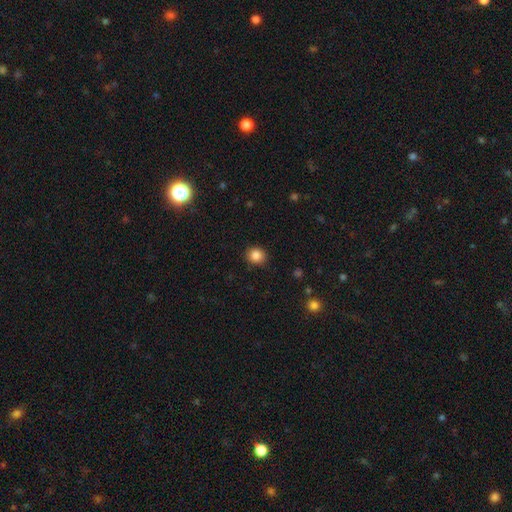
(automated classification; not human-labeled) This is clearly a smooth galaxy (85%). How rounded: likely round (80%). Merging: clearly none (89%).